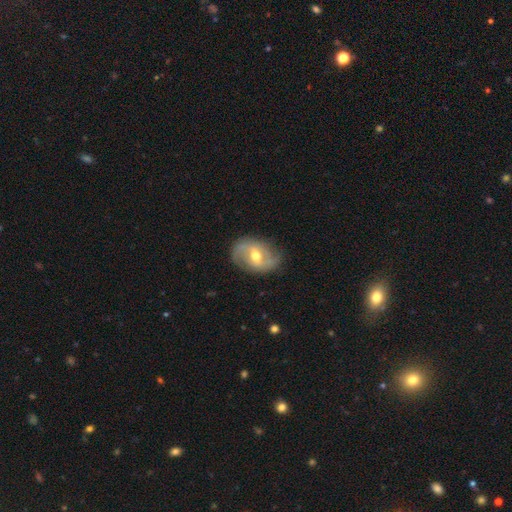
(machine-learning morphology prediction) This appears to be a featured or disk galaxy (75%) with a weak bar (48%), 2 (80%) medium (42%) spiral arms (85%) and a moderate central bulge (73%). Merging: none (76%).